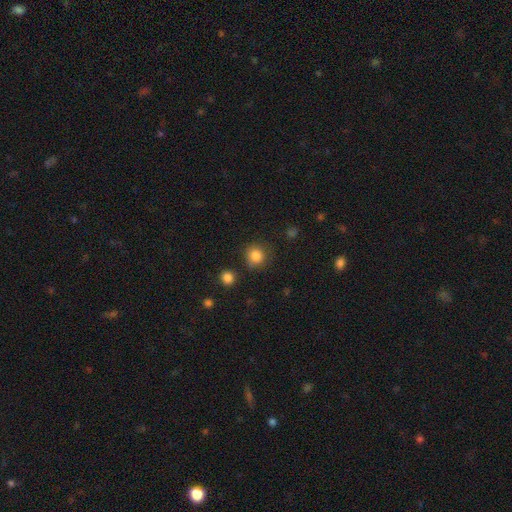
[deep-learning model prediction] This is clearly a smooth galaxy (85%). How rounded: clearly round (89%). Merging: likely none (79%).